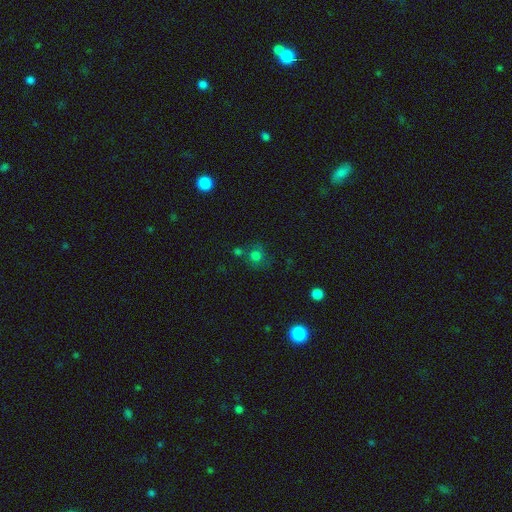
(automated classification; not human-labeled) Q: Smooth or featured?
A: smooth (71%); runner-up: star or artifact (18%)
Q: How rounded?
A: round (85%); runner-up: in between (14%)
Q: Merging?
A: none (60%); runner-up: merger (17%)